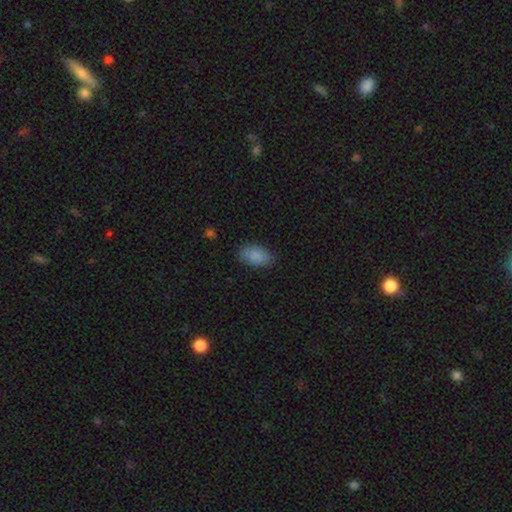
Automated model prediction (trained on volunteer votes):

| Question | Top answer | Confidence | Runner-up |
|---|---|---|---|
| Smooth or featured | smooth | 88% | star or artifact (7%) |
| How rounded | in between | 92% | round (6%) |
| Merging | none | 83% | minor disturbance (13%) |